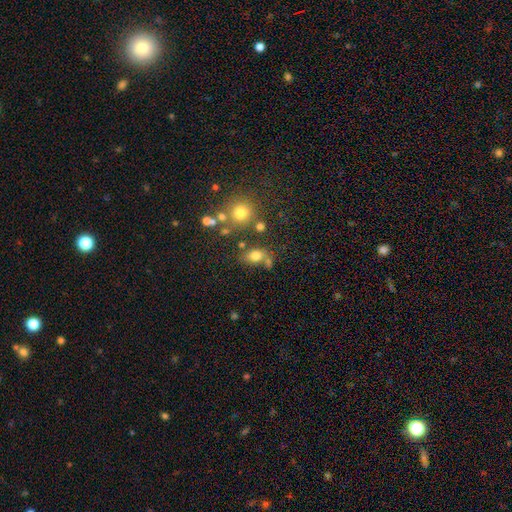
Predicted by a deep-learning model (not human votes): Smooth or featured? Predicted: smooth (p=0.74). How rounded? Predicted: in between (p=0.70). Merging? Predicted: none (p=0.60).